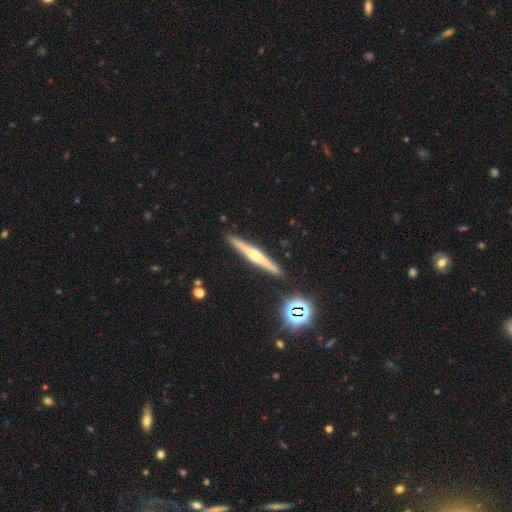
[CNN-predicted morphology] smooth-or-featured: featured or disk: 69% | smooth: 22% | star or artifact: 9%
  disk-edge-on: yes: 98% | no: 2%
    edge-on-bulge: rounded: 80% | boxy: 12% | none: 8%
  merging: none: 90% | minor disturbance: 7% | merger: 2% | major disturbance: 1%